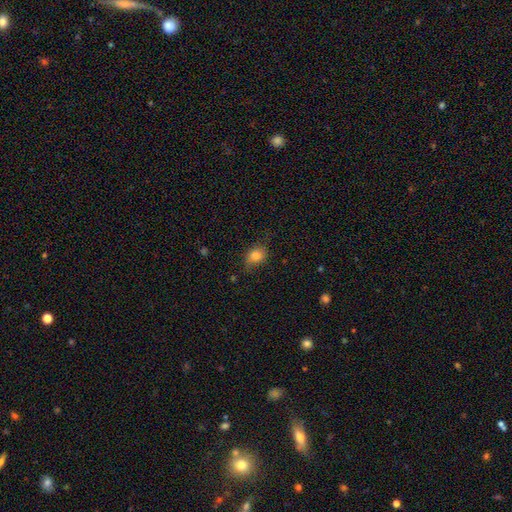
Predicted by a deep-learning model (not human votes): Q: Smooth or featured?
A: smooth (81%); runner-up: star or artifact (10%)
Q: How rounded?
A: in between (53%); runner-up: round (46%)
Q: Merging?
A: none (67%); runner-up: minor disturbance (25%)